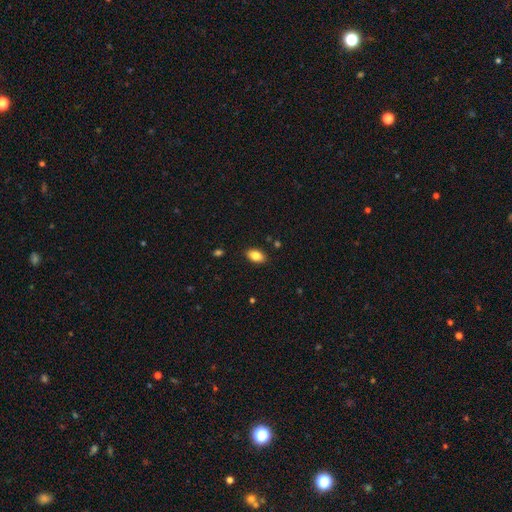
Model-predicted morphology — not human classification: A smooth galaxy with no disk features (83%) that is in between round and cigar-shaped (91%). Merging: none (88%).